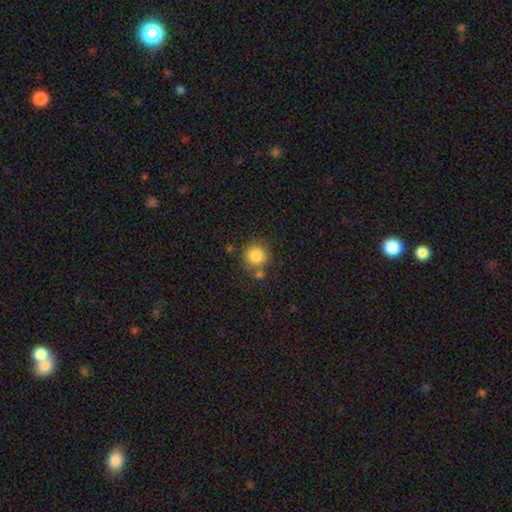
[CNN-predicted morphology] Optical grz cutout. It shows a smooth galaxy with no disk features (85%) that is round (92%). Merging: none (74%).